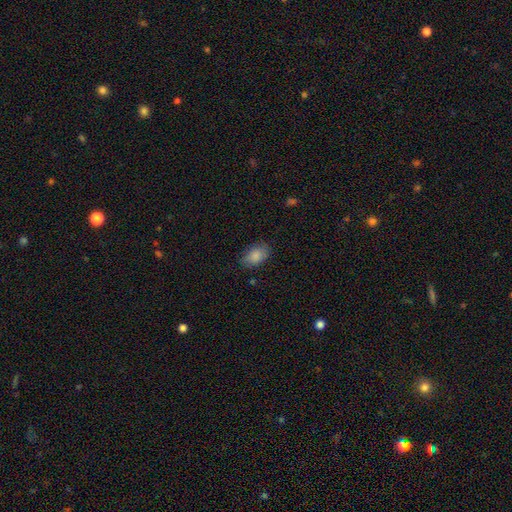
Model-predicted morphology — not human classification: smooth-or-featured: smooth: 87% | star or artifact: 7% | featured or disk: 6%
  how-rounded: in between: 90% | round: 8% | cigar-shaped: 2%
  merging: none: 79% | minor disturbance: 16% | major disturbance: 4% | merger: 1%